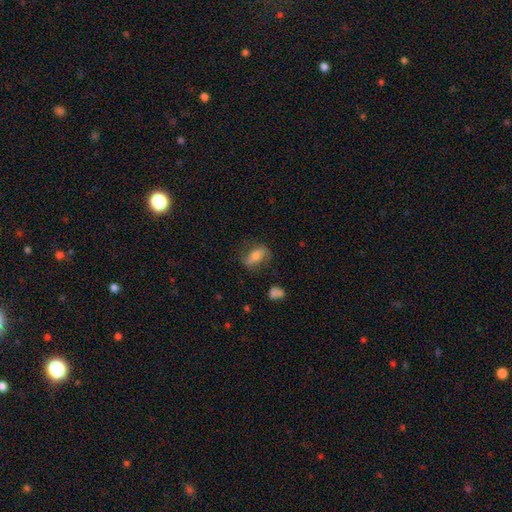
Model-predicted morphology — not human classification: smooth 49%, featured or disk 42%, star or artifact 9%. Down the decision tree: merging — none (67%).